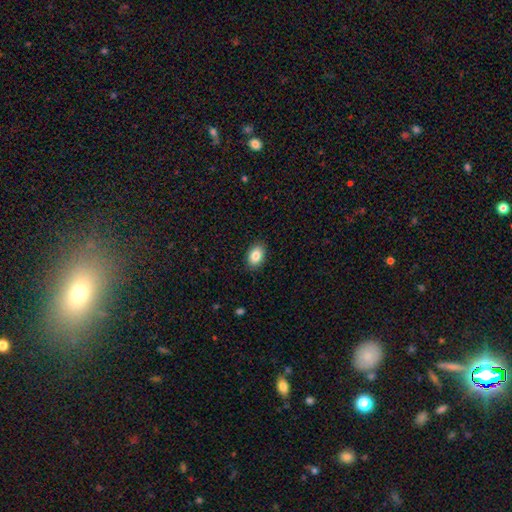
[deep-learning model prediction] This is clearly a smooth galaxy (86%). How rounded: clearly in between (83%). Merging: clearly none (88%).